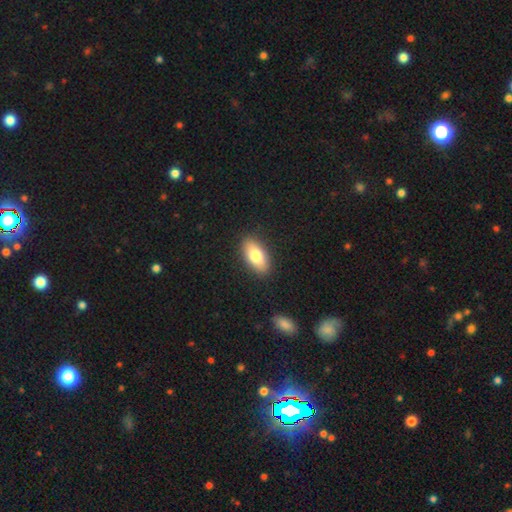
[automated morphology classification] Q: Smooth or featured?
A: smooth (77%); runner-up: featured or disk (16%)
Q: How rounded?
A: in between (88%); runner-up: cigar-shaped (8%)
Q: Merging?
A: none (89%); runner-up: minor disturbance (8%)